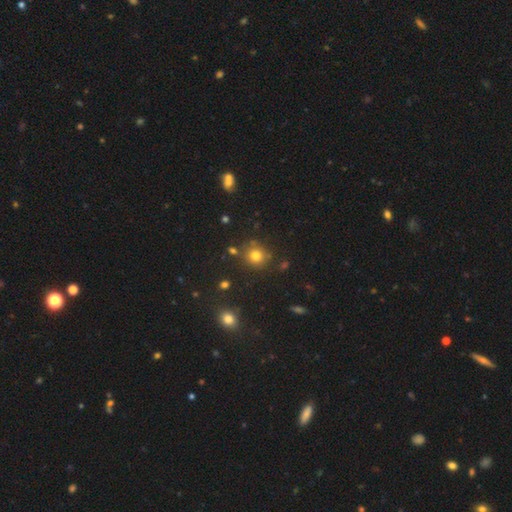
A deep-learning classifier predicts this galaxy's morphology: smooth 76%, star or artifact 17%, featured or disk 8%. Down the decision tree: how rounded — round (90%); merging — none (81%).